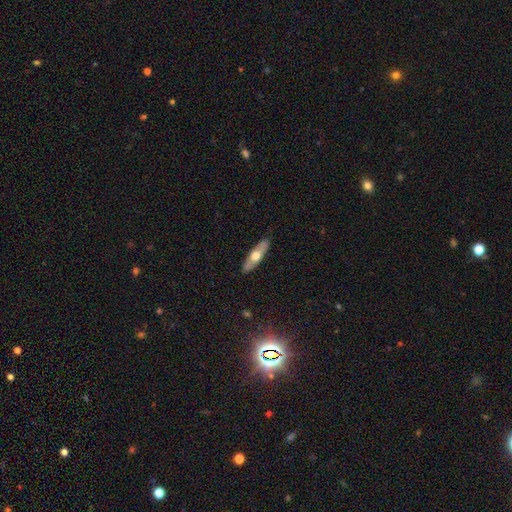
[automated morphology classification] The model was most divided on "smooth or featured": smooth: 50%, featured or disk: 45%, star or artifact: 5%. More confident: merging — none (88%); how rounded — cigar-shaped (59%).